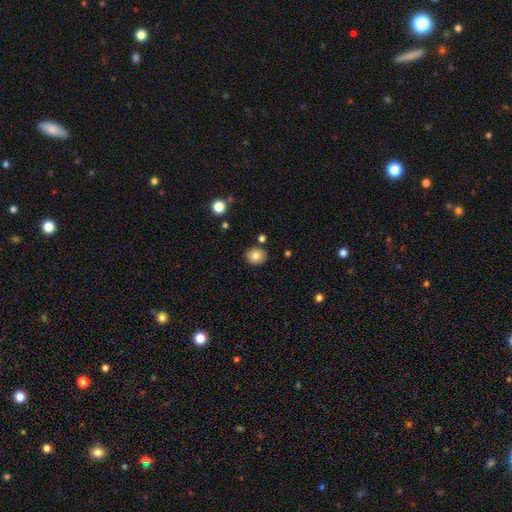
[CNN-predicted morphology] The model was most divided on "how rounded": round: 75%, in between: 24%, cigar-shaped: 1%. More confident: merging — none (86%); smooth or featured — smooth (83%).